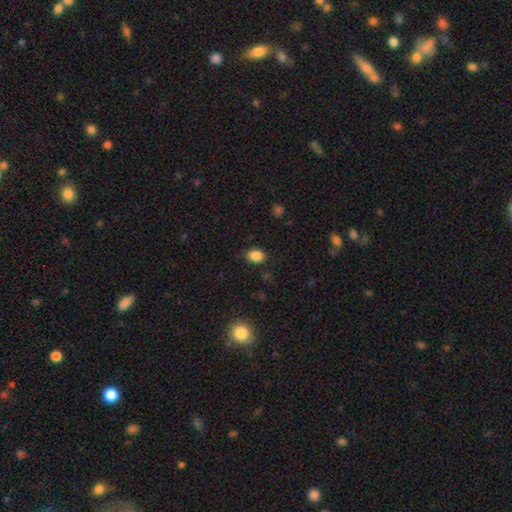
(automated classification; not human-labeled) smooth_or_featured: smooth (p=0.86) [alt: star or artifact p=0.10]
how_rounded: in between (p=0.71) [alt: round p=0.28]
merging: none (p=0.85) [alt: minor disturbance p=0.11]